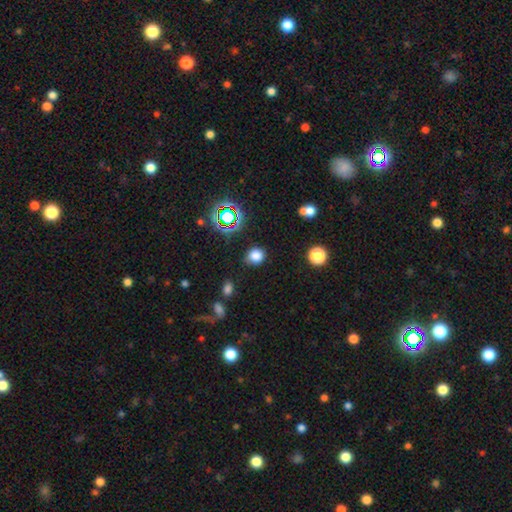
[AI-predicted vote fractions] A smooth galaxy with no disk features (78%) that is round (71%). Merging: none (80%).